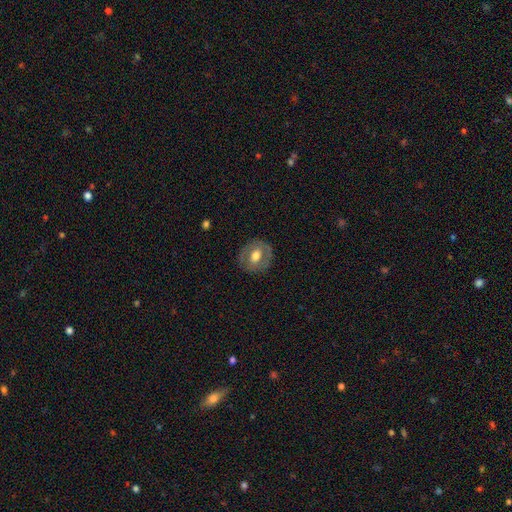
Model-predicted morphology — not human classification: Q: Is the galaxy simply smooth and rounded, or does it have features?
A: smooth — 48%.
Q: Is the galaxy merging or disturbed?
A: none — 82%.